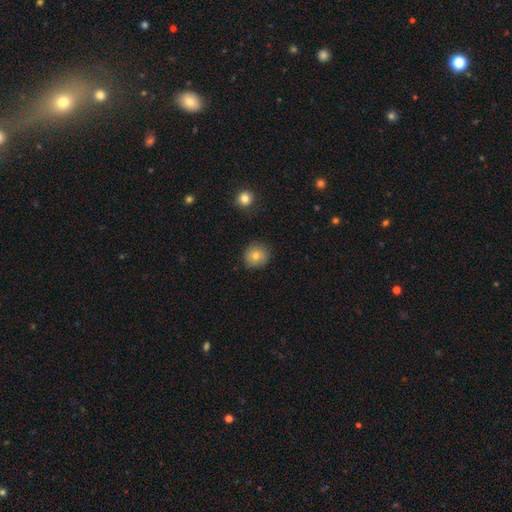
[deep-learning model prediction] Q: Smooth or featured?
A: smooth (77%); runner-up: featured or disk (12%)
Q: How rounded?
A: round (91%); runner-up: in between (8%)
Q: Merging?
A: none (85%); runner-up: minor disturbance (11%)